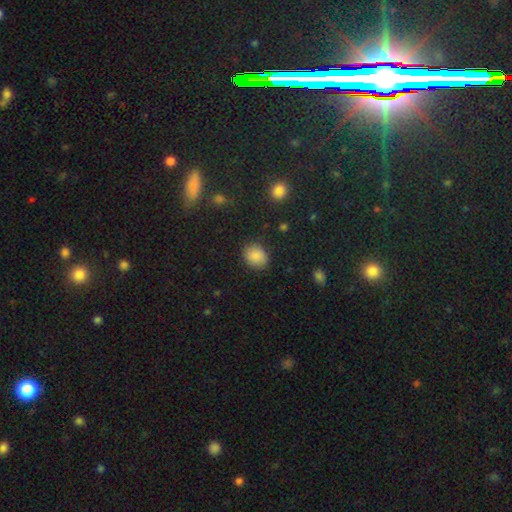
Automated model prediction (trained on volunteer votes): Q: Smooth or featured?
A: smooth (85%); runner-up: star or artifact (9%)
Q: How rounded?
A: in between (50%); runner-up: round (49%)
Q: Merging?
A: none (85%); runner-up: minor disturbance (10%)